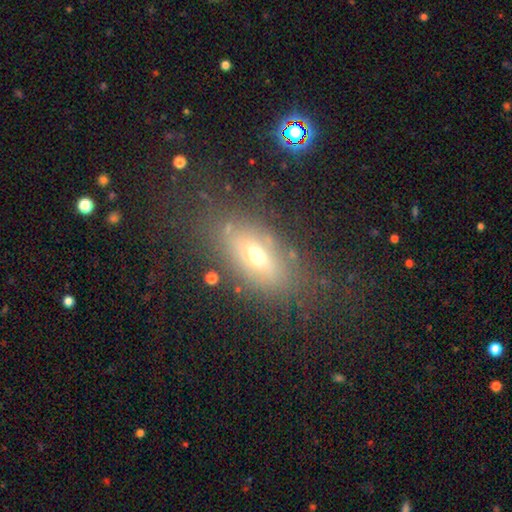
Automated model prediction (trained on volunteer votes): Overall: smooth (46%; featured or disk 38%). Merging: none (71%).